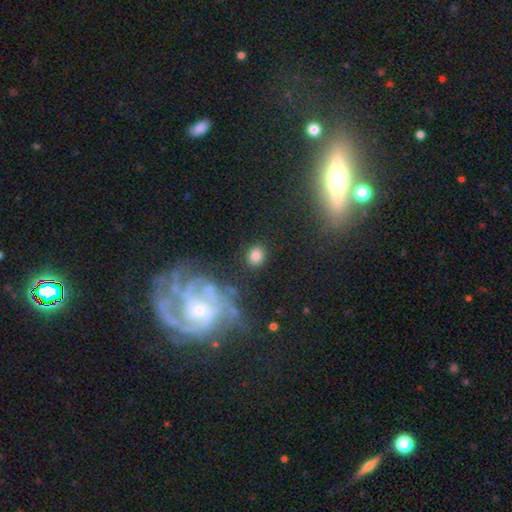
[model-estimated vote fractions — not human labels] This appears to be a smooth galaxy with no disk features (79%) that is round (69%). Merging: none (86%).